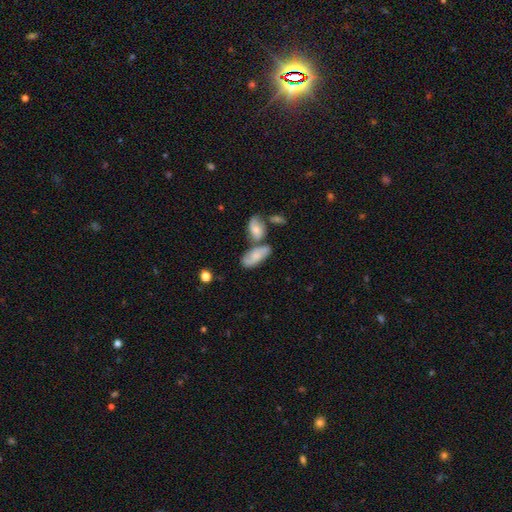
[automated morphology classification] This is possibly a smooth galaxy (54%). How rounded: clearly in between (84%). Merging: marginally none (40%).